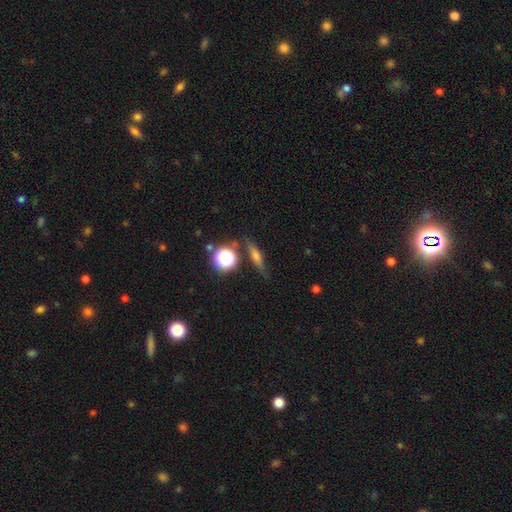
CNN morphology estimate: Smooth or featured? Predicted: featured or disk (p=0.43). Merging? Predicted: none (p=0.80).